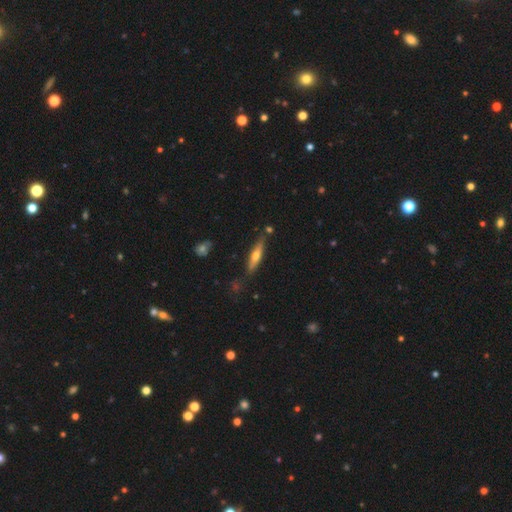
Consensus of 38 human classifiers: smooth-or-featured: featured or disk: 50% | smooth: 45% | star or artifact: 5%
  disk-edge-on: yes: 100% | no: 0%
    edge-on-bulge: rounded: 63% | boxy: 26% | none: 11%
  merging: none: 83% | minor disturbance: 11% | major disturbance: 3% | merger: 3%